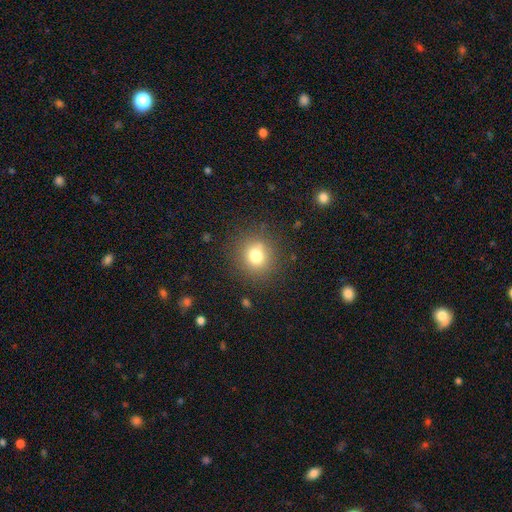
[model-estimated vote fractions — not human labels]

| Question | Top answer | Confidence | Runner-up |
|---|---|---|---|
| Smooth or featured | smooth | 76% | star or artifact (14%) |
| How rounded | round | 85% | in between (14%) |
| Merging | none | 83% | minor disturbance (10%) |